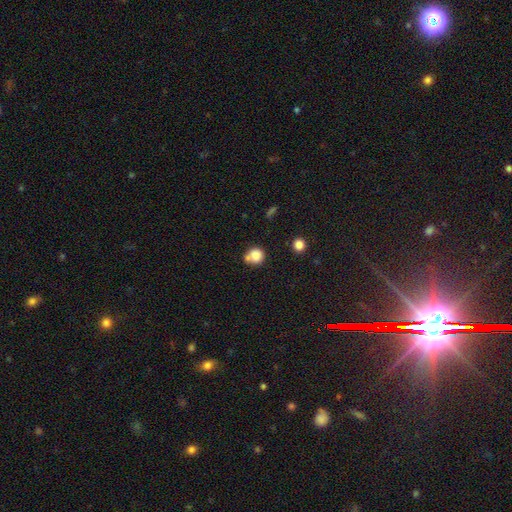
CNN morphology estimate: The model was most divided on "merging": none: 48%, merger: 27%, minor disturbance: 18%, major disturbance: 6%. More confident: how rounded — round (82%); smooth or featured — smooth (81%).